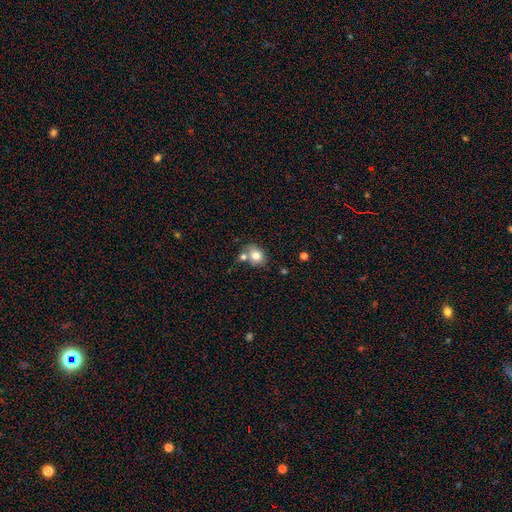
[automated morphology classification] smooth 79%, featured or disk 11%, star or artifact 10%. Down the decision tree: how rounded — round (51%); merging — none (55%).